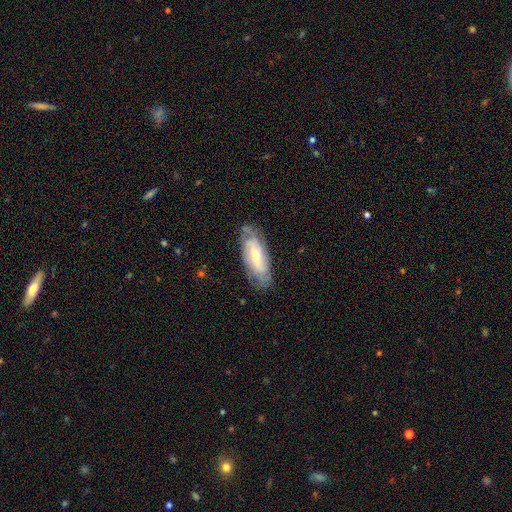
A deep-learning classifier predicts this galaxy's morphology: Smooth or featured?
  - featured or disk: 61% *
  - smooth: 32%
  - star or artifact: 6%
Edge-on disk?
  - no: 85% *
  - yes: 15%
Bar?
  - weak: 42% *
  - no: 37%
  - strong: 20%
Spiral arms?
  - yes: 82% *
  - no: 18%
Bulge size?
  - small: 57% *
  - moderate: 36%
  - large: 3%
  - none: 3%
  - dominant: 1%
Merging?
  - none: 73% *
  - minor disturbance: 20%
  - major disturbance: 5%
  - merger: 1%